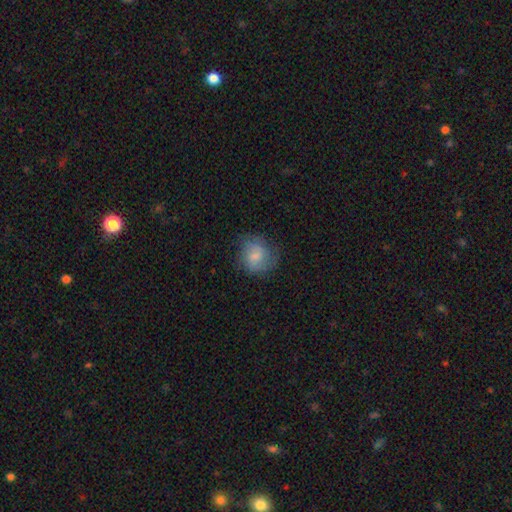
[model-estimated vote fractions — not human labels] Q: Smooth or featured?
A: smooth (59%); runner-up: featured or disk (32%)
Q: How rounded?
A: round (77%); runner-up: in between (22%)
Q: Merging?
A: none (67%); runner-up: minor disturbance (22%)